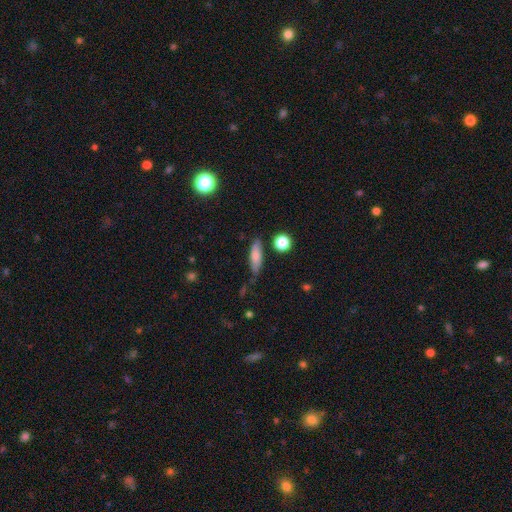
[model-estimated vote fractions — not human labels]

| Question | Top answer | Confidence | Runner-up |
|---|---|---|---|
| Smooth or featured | smooth | 75% | featured or disk (18%) |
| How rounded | cigar-shaped | 52% | in between (44%) |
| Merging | none | 71% | minor disturbance (20%) |